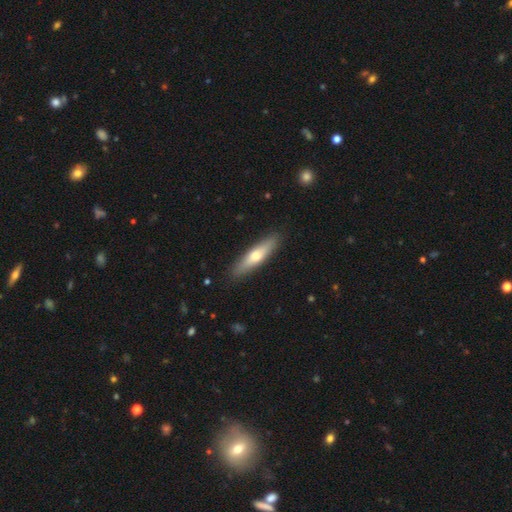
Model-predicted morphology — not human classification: smooth-or-featured: smooth: 57% | featured or disk: 38% | star or artifact: 5%
  how-rounded: cigar-shaped: 76% | in between: 22% | round: 2%
  merging: none: 88% | minor disturbance: 9% | major disturbance: 2% | merger: 1%